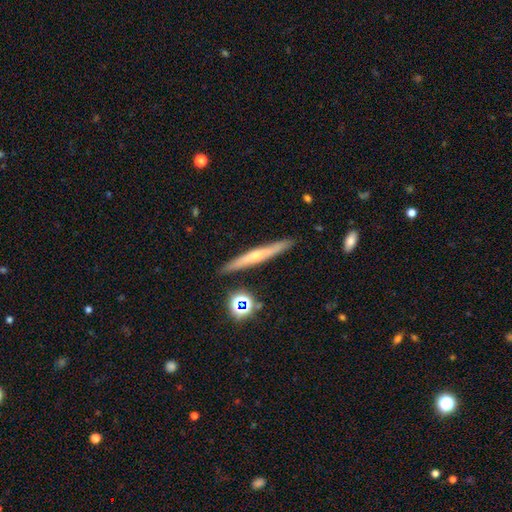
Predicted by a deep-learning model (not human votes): The model was most divided on "smooth or featured": featured or disk: 55%, smooth: 36%, star or artifact: 9%. More confident: edge-on disk — yes (94%); merging — none (88%); edge-on bulge — rounded (61%).